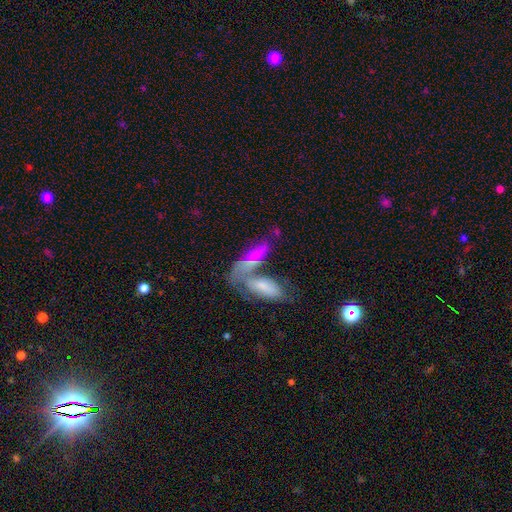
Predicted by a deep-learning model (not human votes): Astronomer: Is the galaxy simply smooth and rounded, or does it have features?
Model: smooth — 53% (runner-up: featured or disk, 38%).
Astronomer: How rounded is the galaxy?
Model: in between — 56% (runner-up: cigar-shaped, 41%).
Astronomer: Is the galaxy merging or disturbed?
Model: merger — 55%.